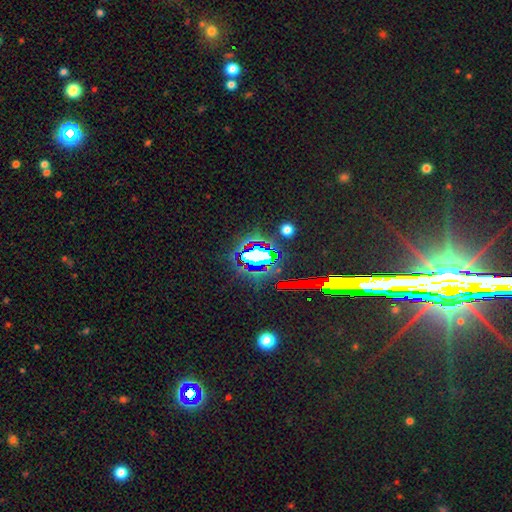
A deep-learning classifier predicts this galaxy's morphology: smooth-or-featured: star or artifact: 63% | smooth: 19% | featured or disk: 18%